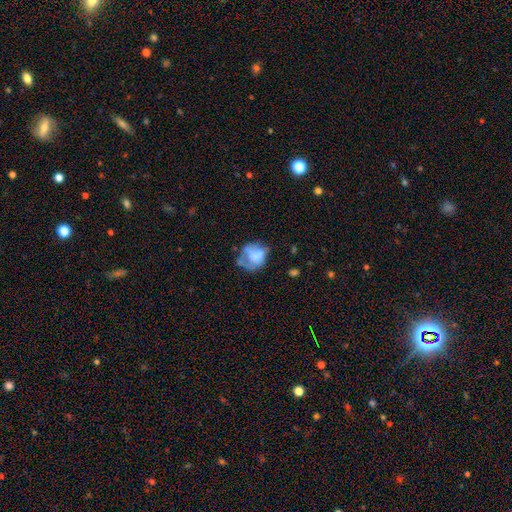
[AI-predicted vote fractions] smooth 54%, featured or disk 37%, star or artifact 9%. Down the decision tree: how rounded — round (58%); merging — none (34%).